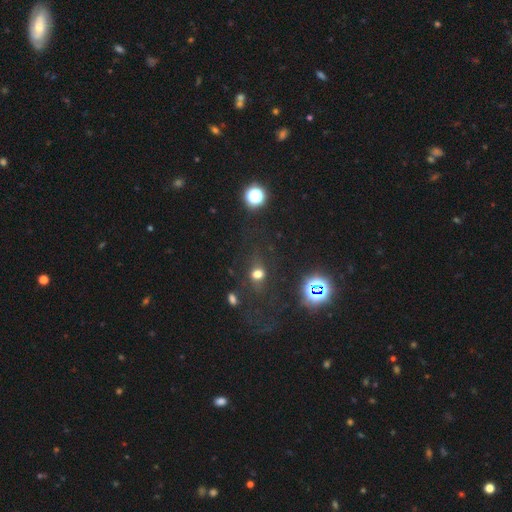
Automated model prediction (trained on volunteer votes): The model was most divided on "smooth or featured": star or artifact: 55%, smooth: 33%, featured or disk: 12%.